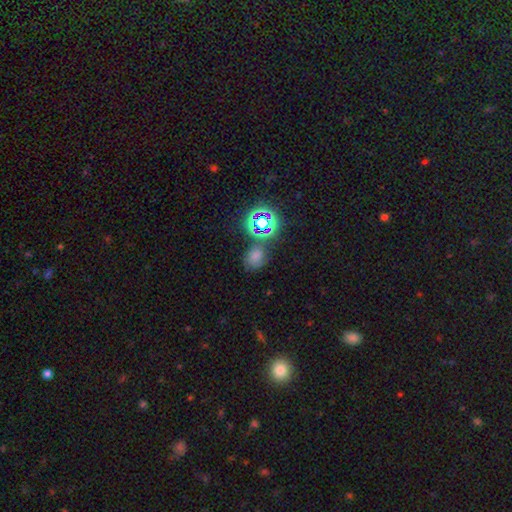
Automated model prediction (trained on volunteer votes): A smooth galaxy with no disk features (50%).

Vote fractions:
- Smooth or featured? smooth: 50% / star or artifact: 36% / featured or disk: 15%
- Merging? none: 61% / minor disturbance: 20% / merger: 11% / major disturbance: 8%